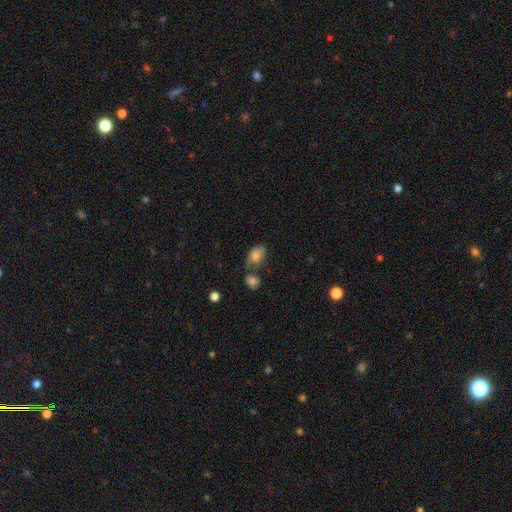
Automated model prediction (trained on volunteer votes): Smooth or featured?
  - smooth: 78% *
  - featured or disk: 13%
  - star or artifact: 9%
How rounded?
  - in between: 84% *
  - round: 14%
  - cigar-shaped: 2%
Merging?
  - none: 54% *
  - minor disturbance: 20%
  - merger: 20%
  - major disturbance: 6%